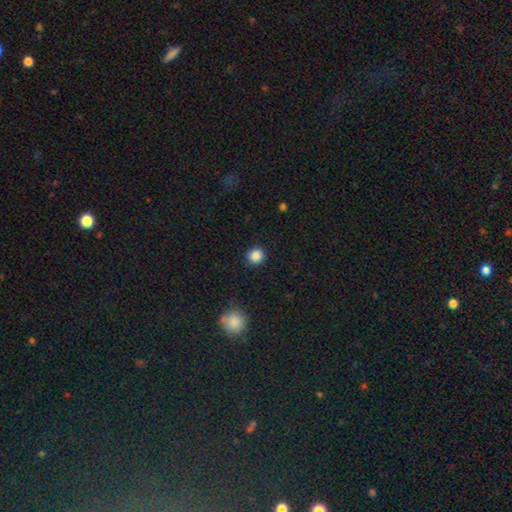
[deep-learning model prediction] smooth-or-featured: smooth: 87% | star or artifact: 10% | featured or disk: 3%
  how-rounded: round: 90% | in between: 9% | cigar-shaped: 1%
  merging: none: 90% | minor disturbance: 7% | major disturbance: 2% | merger: 1%